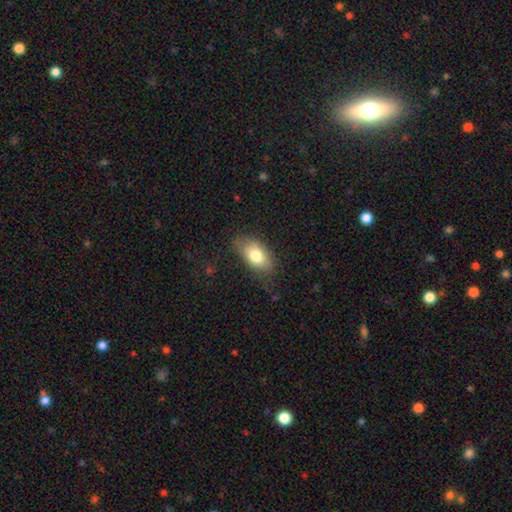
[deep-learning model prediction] A smooth galaxy with no disk features (78%) that is in between round and cigar-shaped (90%).

Vote fractions:
- Smooth or featured? smooth: 78% / featured or disk: 14% / star or artifact: 7%
- How rounded? in between: 90% / round: 6% / cigar-shaped: 4%
- Merging? none: 71% / minor disturbance: 21% / major disturbance: 6% / merger: 1%